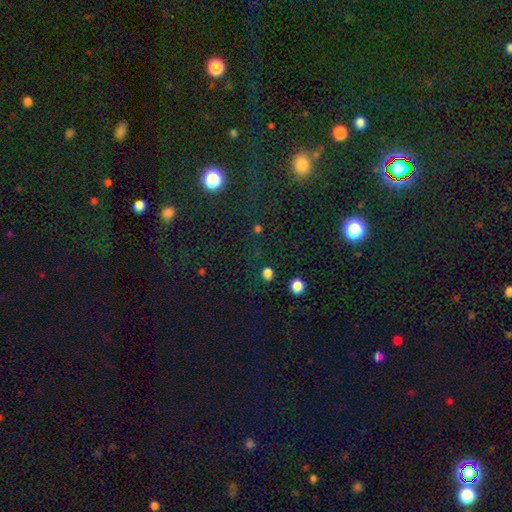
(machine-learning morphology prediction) smooth_or_featured: star or artifact (p=0.72) [alt: smooth p=0.21]